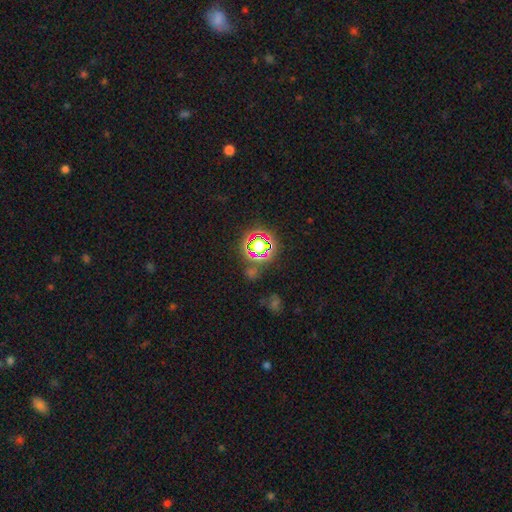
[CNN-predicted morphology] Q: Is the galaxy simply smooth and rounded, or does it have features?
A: star or artifact — 75%.